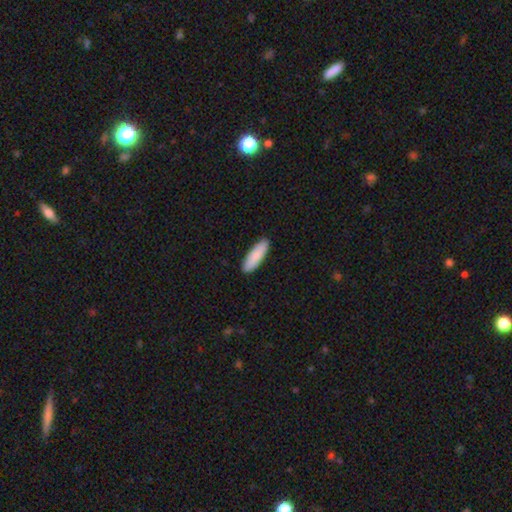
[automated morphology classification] This appears to be a smooth galaxy with no disk features (87%) that is cigar-shaped (50%). Merging: none (90%).